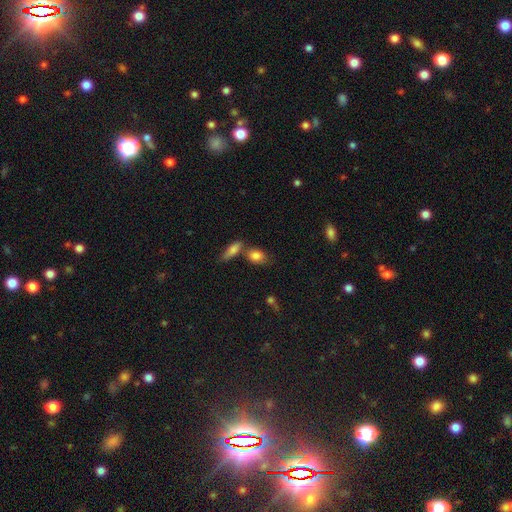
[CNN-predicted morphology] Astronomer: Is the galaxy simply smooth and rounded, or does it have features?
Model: smooth — 83%.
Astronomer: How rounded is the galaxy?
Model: in between — 75%.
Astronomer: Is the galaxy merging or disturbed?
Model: none — 54%.